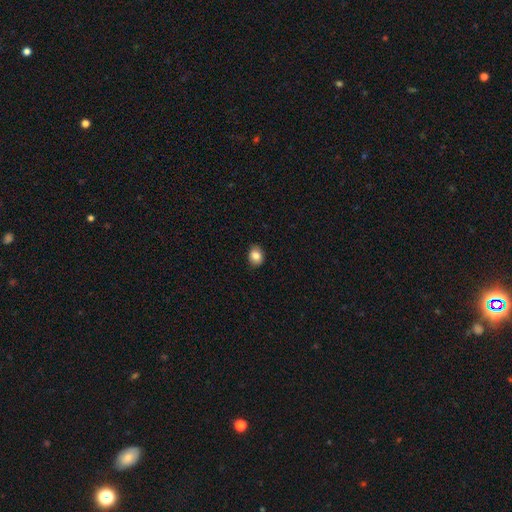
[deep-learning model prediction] A smooth galaxy with no disk features (84%) that is in between round and cigar-shaped (53%). Merging: none (88%).